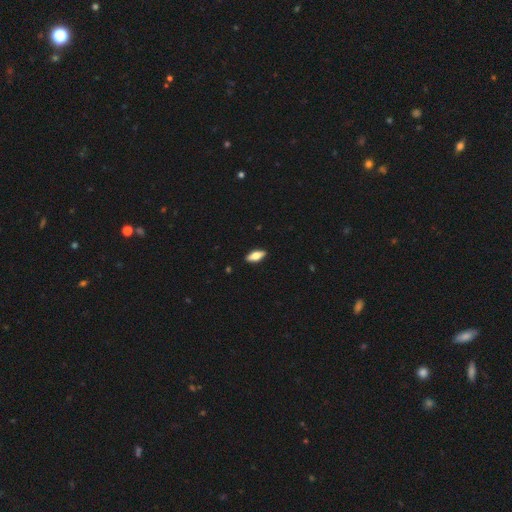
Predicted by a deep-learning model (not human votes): A smooth galaxy with no disk features (66%) that is in between round and cigar-shaped (78%). Merging: none (90%).